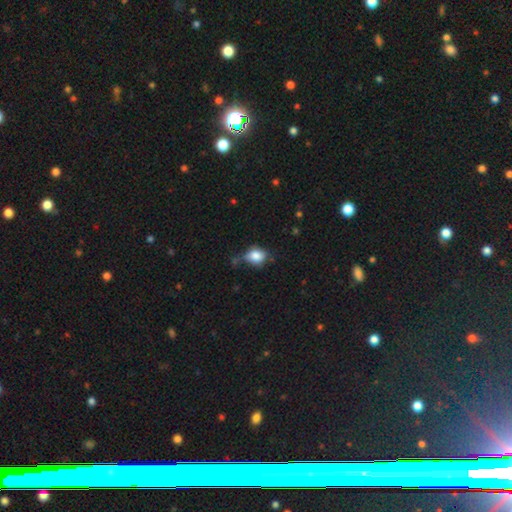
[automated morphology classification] A smooth galaxy with no disk features (82%) that is in between round and cigar-shaped (55%). Merging: none (53%).